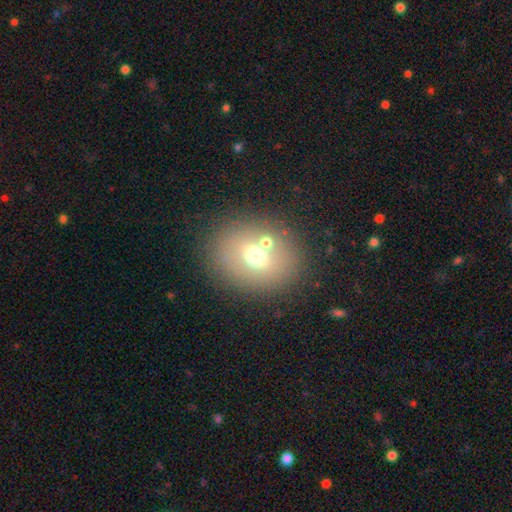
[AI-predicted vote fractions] Q: Smooth or featured?
A: smooth (60%); runner-up: featured or disk (22%)
Q: How rounded?
A: round (54%); runner-up: in between (45%)
Q: Merging?
A: none (70%); runner-up: merger (14%)